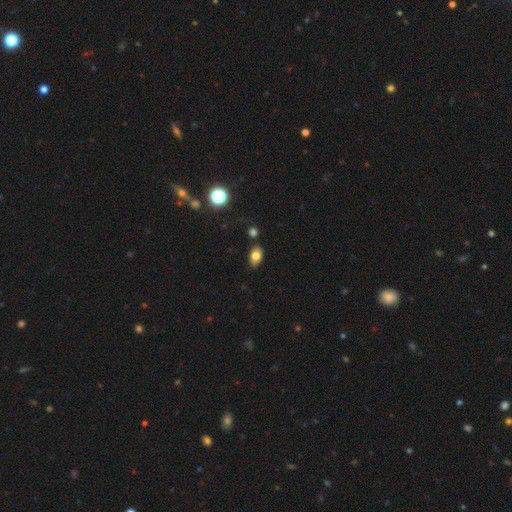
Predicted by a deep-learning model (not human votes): Smooth or featured: smooth — 78% (featured or disk — 11%)
How rounded: in between — 87% (round — 11%)
Merging: none — 79% (minor disturbance — 14%)